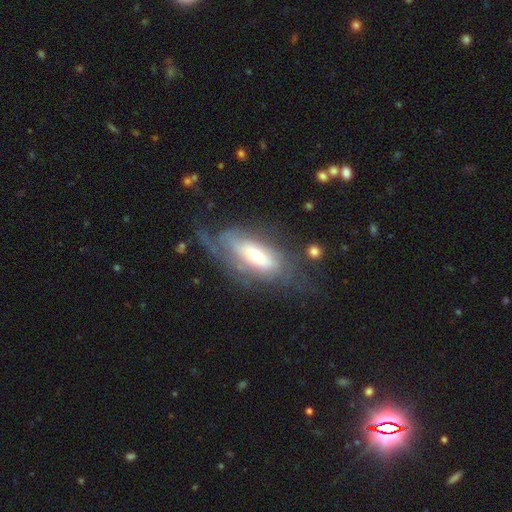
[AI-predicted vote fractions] The model was most divided on "bulge size": moderate: 39%, large: 31%, small: 21%, dominant: 5%, none: 4%. Remaining: spiral arms — yes (84%); edge-on disk — no (83%); smooth or featured — featured or disk (68%); bar — no (52%); merging — none (47%).